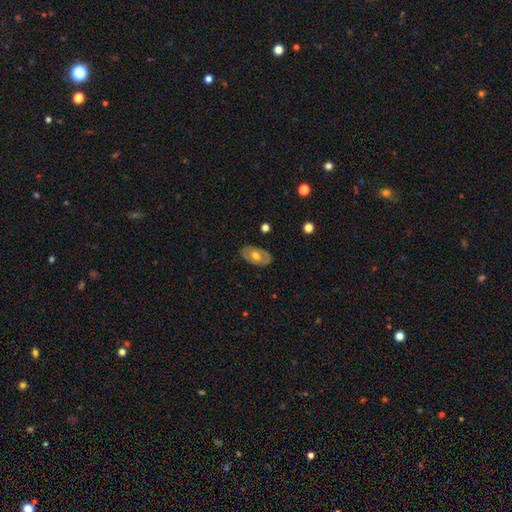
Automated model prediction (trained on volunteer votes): A smooth galaxy with no disk features (47%, tied with featured or disk).

Vote fractions:
- Smooth or featured? smooth: 47% (tied) / featured or disk: 47% (tied) / star or artifact: 6%
- Merging? none: 83% / minor disturbance: 13% / major disturbance: 3% / merger: 1%